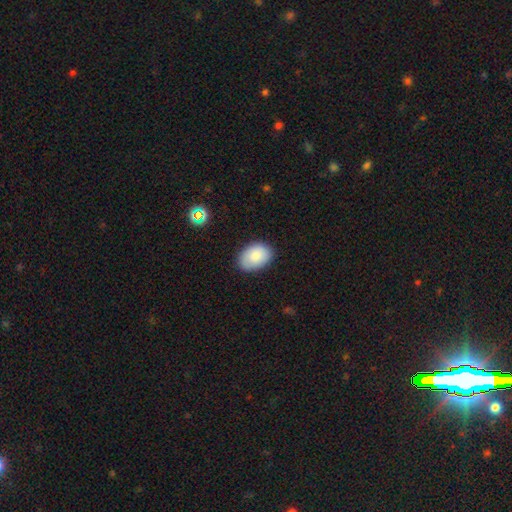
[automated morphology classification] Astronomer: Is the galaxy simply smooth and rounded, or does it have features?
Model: smooth — 83%.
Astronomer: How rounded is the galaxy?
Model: in between — 82%.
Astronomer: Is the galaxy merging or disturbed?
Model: none — 83%.